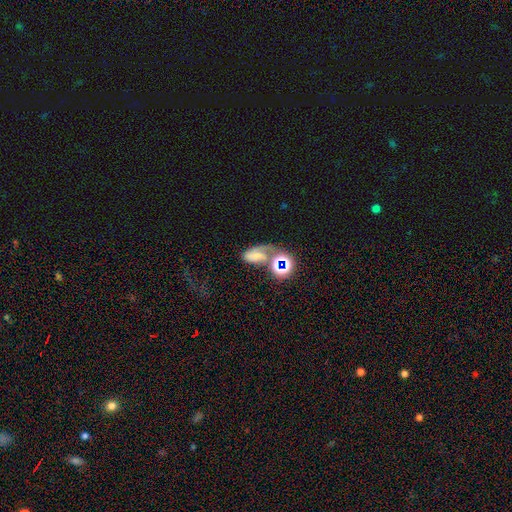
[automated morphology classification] This is marginally a smooth galaxy (39%). Merging: marginally merger (32%).